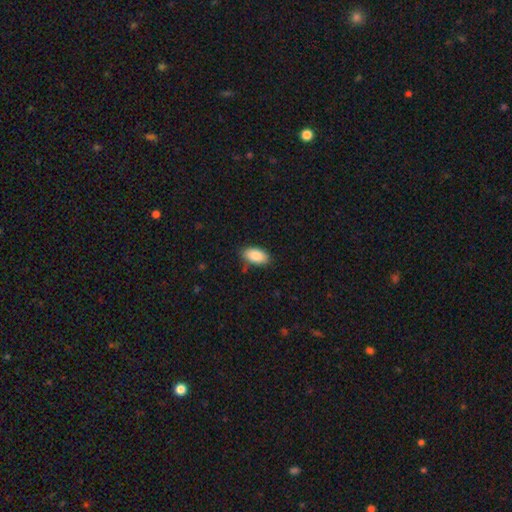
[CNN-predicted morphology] smooth_or_featured: smooth (p=0.88) [alt: star or artifact p=0.06]
how_rounded: in between (p=0.93) [alt: cigar-shaped p=0.04]
merging: none (p=0.83) [alt: minor disturbance p=0.12]